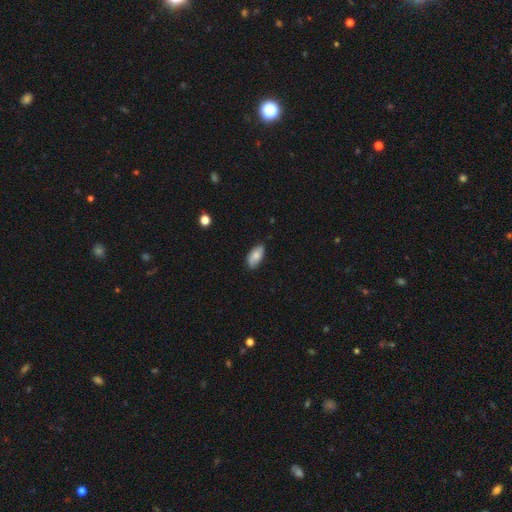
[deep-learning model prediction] Smooth or featured? smooth (77%)
How rounded? in between (92%)
Merging? none (77%)